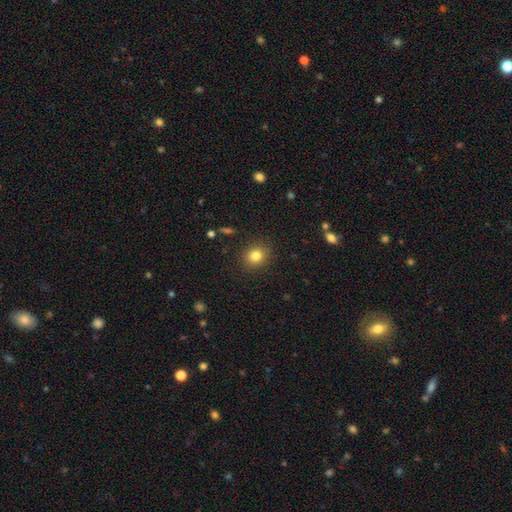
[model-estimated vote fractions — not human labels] A smooth galaxy with no disk features (82%) that is round (74%).

Vote fractions:
- Smooth or featured? smooth: 82% / star or artifact: 12% / featured or disk: 7%
- How rounded? round: 74% / in between: 25% / cigar-shaped: 1%
- Merging? none: 89% / minor disturbance: 7% / major disturbance: 2% / merger: 1%